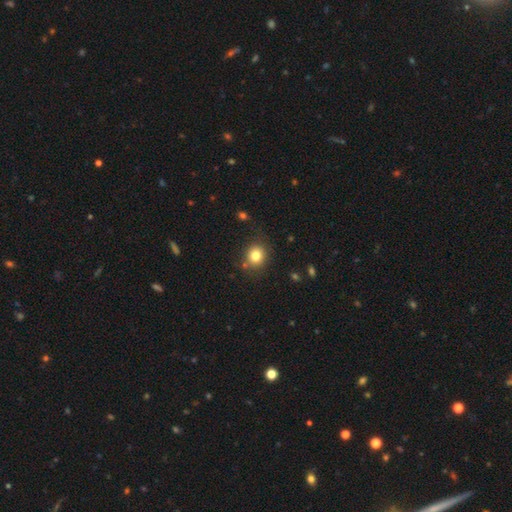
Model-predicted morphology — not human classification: The model was most divided on "how rounded": round: 81%, in between: 18%, cigar-shaped: 1%. More confident: merging — none (81%); smooth or featured — smooth (80%).